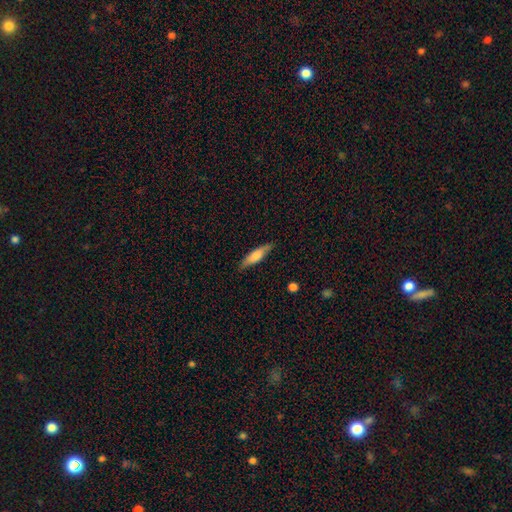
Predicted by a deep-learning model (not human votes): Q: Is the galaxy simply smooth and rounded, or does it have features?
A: smooth — 69%.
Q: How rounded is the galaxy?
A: cigar-shaped — 72%.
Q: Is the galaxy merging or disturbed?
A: none — 85%.